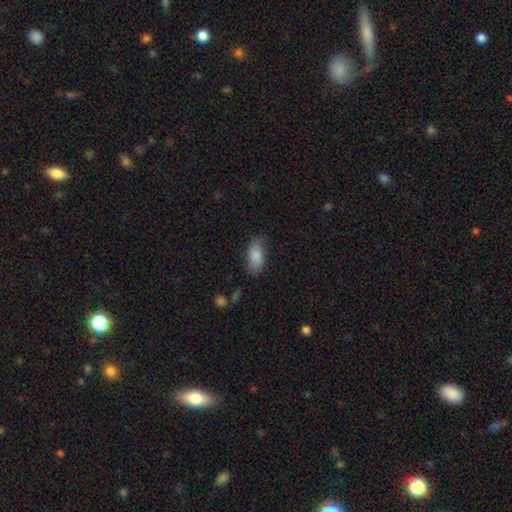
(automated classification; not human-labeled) smooth_or_featured: smooth (p=0.86) [alt: featured or disk p=0.07]
how_rounded: in between (p=0.89) [alt: cigar-shaped p=0.08]
merging: none (p=0.79) [alt: minor disturbance p=0.16]